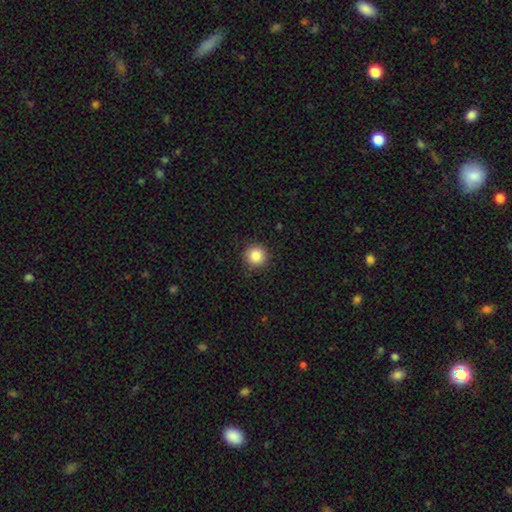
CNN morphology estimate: This appears to be a smooth galaxy with no disk features (86%) that is round (95%). Merging: none (90%).